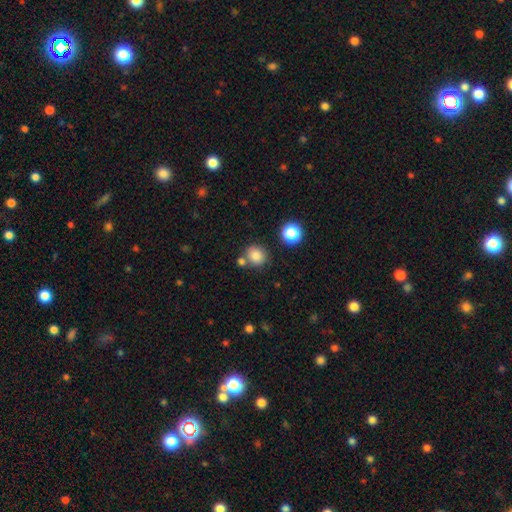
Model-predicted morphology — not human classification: Smooth or featured?
  - smooth: 83% *
  - star or artifact: 12%
  - featured or disk: 5%
How rounded?
  - round: 76% *
  - in between: 23%
  - cigar-shaped: 1%
Merging?
  - none: 69% *
  - merger: 16%
  - minor disturbance: 11%
  - major disturbance: 4%